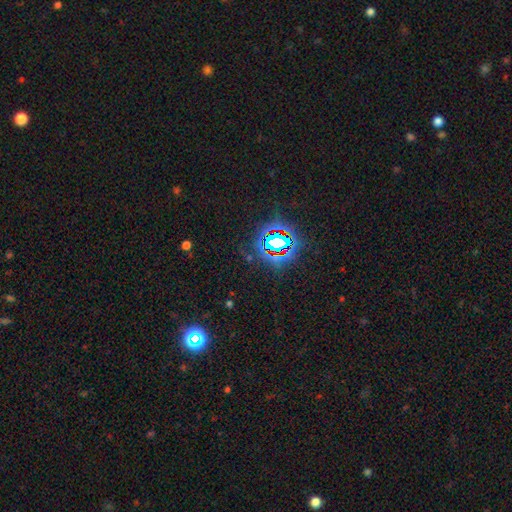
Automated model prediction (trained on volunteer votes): The model was most divided on "smooth or featured": star or artifact: 81%, smooth: 12%, featured or disk: 8%.